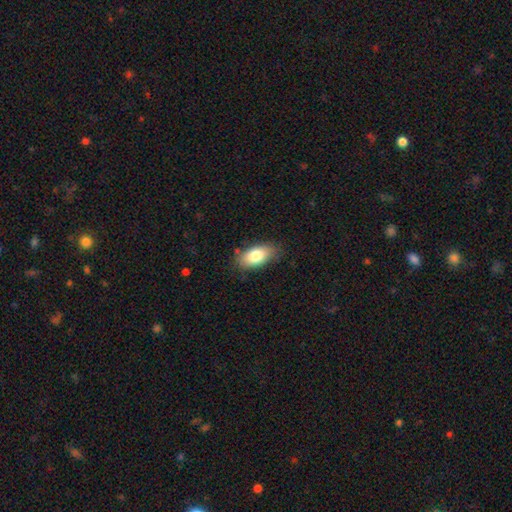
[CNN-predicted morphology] Overall: smooth (79%). How rounded: in between (91%). Merging: none (79%).